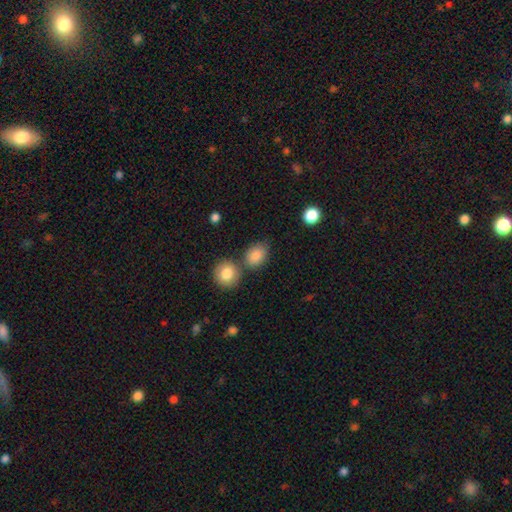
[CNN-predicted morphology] Q: Smooth or featured?
A: smooth (86%); runner-up: star or artifact (8%)
Q: How rounded?
A: in between (61%); runner-up: round (37%)
Q: Merging?
A: none (63%); runner-up: merger (18%)